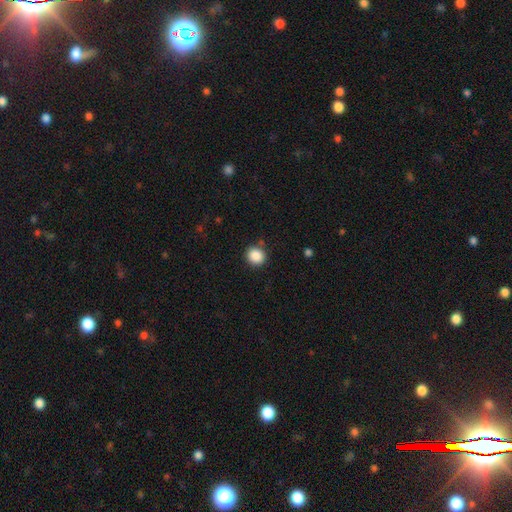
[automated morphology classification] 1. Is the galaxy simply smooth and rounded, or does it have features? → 88% smooth, 9% star or artifact, 3% featured or disk.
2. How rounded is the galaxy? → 87% round, 12% in between, 1% cigar-shaped.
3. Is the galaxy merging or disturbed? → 87% none, 8% minor disturbance, 3% major disturbance, 2% merger.